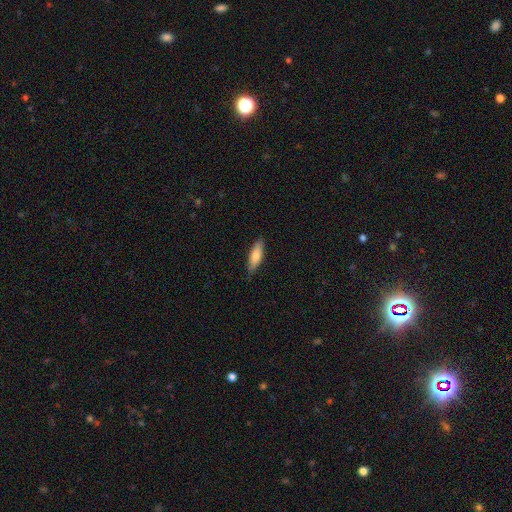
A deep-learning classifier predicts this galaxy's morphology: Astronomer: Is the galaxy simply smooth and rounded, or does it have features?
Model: smooth — 76%.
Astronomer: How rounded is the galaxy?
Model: cigar-shaped — 51% (runner-up: in between, 47%).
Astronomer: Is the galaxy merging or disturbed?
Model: none — 82%.